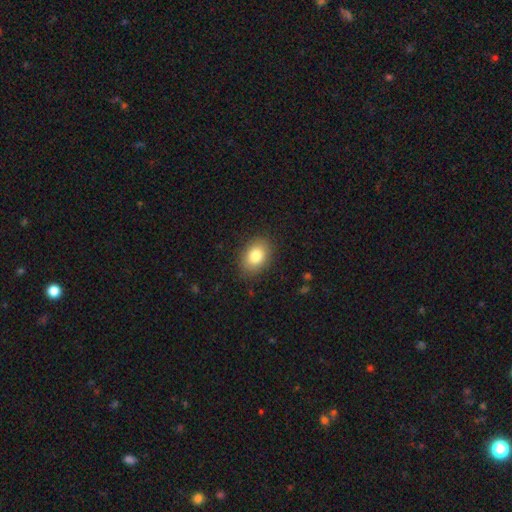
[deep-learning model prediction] smooth_or_featured: smooth (p=0.82) [alt: featured or disk p=0.10]
how_rounded: in between (p=0.79) [alt: round p=0.20]
merging: none (p=0.87) [alt: minor disturbance p=0.10]